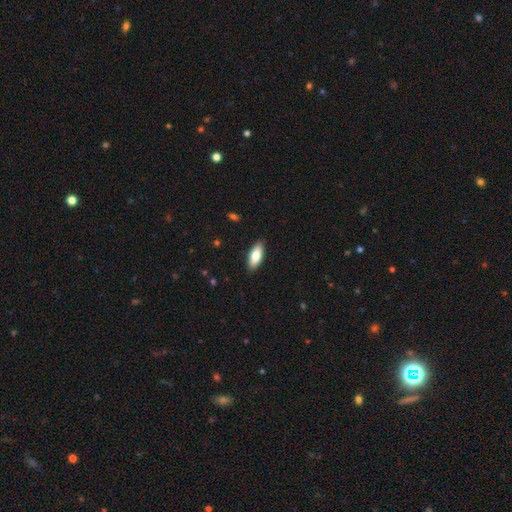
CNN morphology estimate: type=smooth (77%); roundness=in between (78%); merging=none (89%).